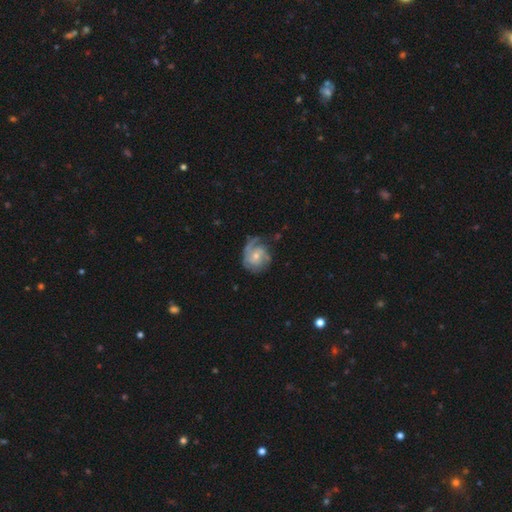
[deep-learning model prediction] Q: Smooth or featured?
A: featured or disk (76%); runner-up: smooth (18%)
Q: Edge-on disk?
A: no (98%); runner-up: yes (2%)
Q: Bar?
A: no (73%); runner-up: weak (23%)
Q: Spiral arms?
A: yes (91%); runner-up: no (9%)
Q: Spiral winding?
A: tight (47%); runner-up: medium (36%)
Q: Spiral arm count?
A: 2 (30%); runner-up: can't tell (25%)
Q: Bulge size?
A: small (60%); runner-up: moderate (35%)
Q: Merging?
A: none (55%); runner-up: minor disturbance (25%)